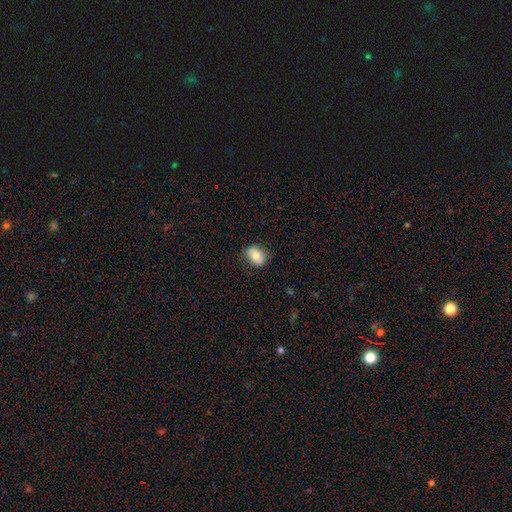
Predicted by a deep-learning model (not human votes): smooth-or-featured: smooth: 72% | featured or disk: 20% | star or artifact: 8%
  how-rounded: in between: 71% | round: 27% | cigar-shaped: 1%
  merging: none: 77% | minor disturbance: 18% | major disturbance: 4% | merger: 1%